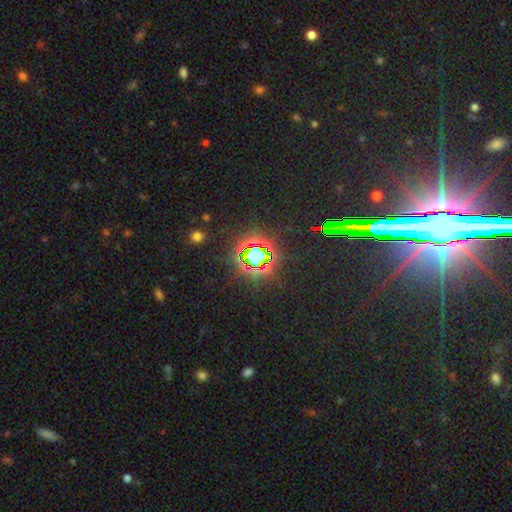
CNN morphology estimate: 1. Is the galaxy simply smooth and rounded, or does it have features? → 76% star or artifact, 14% smooth, 10% featured or disk.